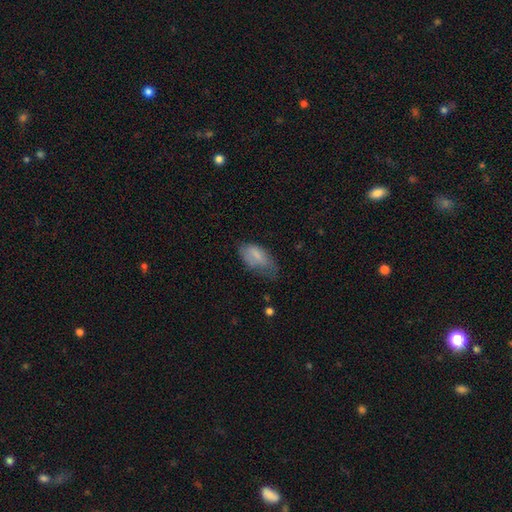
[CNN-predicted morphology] Overall: smooth (74%). How rounded: in between (91%). Merging: minor disturbance (40%; none 37%).